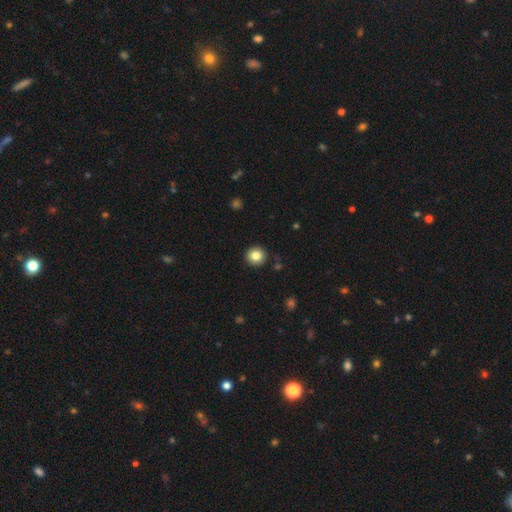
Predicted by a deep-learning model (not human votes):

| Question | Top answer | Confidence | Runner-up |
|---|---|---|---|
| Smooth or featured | smooth | 83% | star or artifact (10%) |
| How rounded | round | 93% | in between (6%) |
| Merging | none | 91% | minor disturbance (6%) |